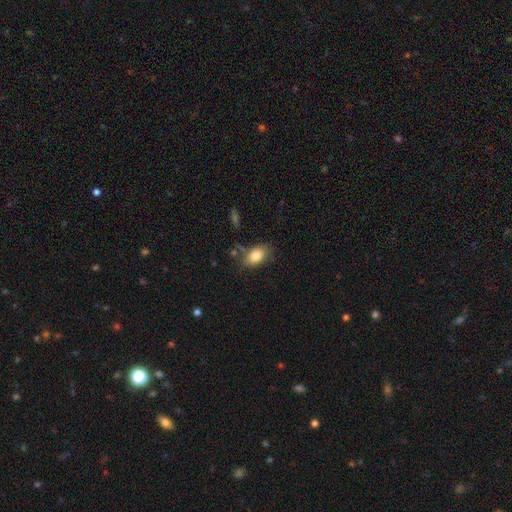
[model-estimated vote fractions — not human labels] smooth_or_featured: smooth (p=0.81) [alt: featured or disk p=0.11]
how_rounded: in between (p=0.87) [alt: round p=0.10]
merging: none (p=0.73) [alt: minor disturbance p=0.17]